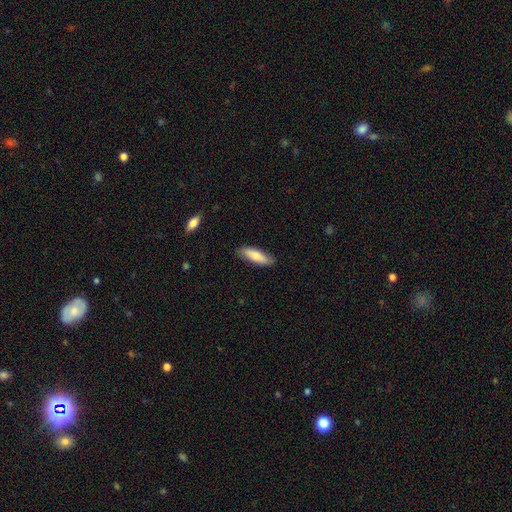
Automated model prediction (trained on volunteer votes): Smooth or featured? smooth (77%)
How rounded? cigar-shaped (56%)
Merging? none (85%)